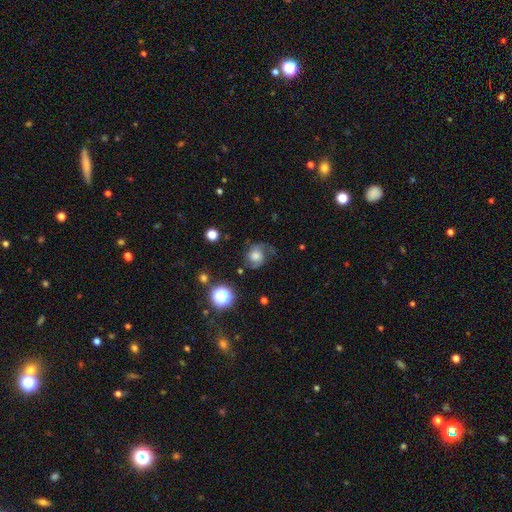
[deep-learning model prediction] This appears to be a featured or disk galaxy (53%) with no bar (74%), spiral arms (88%) and a moderate central bulge (40%). Merging: none (54%).